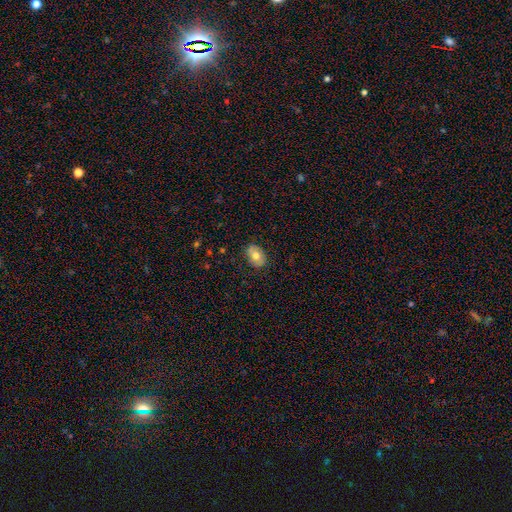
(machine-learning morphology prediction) Smooth or featured? smooth (69%)
How rounded? in between (78%)
Merging? none (85%)